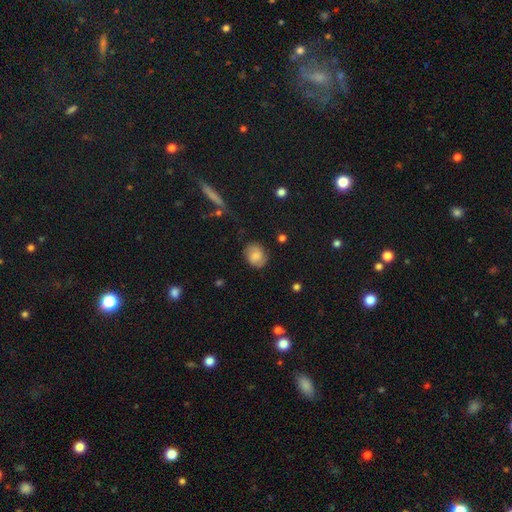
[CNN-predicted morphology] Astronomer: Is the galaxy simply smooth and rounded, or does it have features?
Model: smooth — 71%.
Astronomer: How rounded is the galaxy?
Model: round — 58% (runner-up: in between, 41%).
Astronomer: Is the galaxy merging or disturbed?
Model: none — 78%.